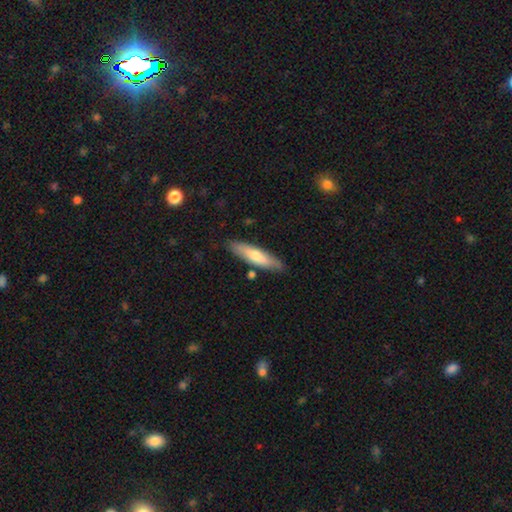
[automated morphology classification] A smooth galaxy with no disk features (65%) that is cigar-shaped (70%). Merging: none (83%).